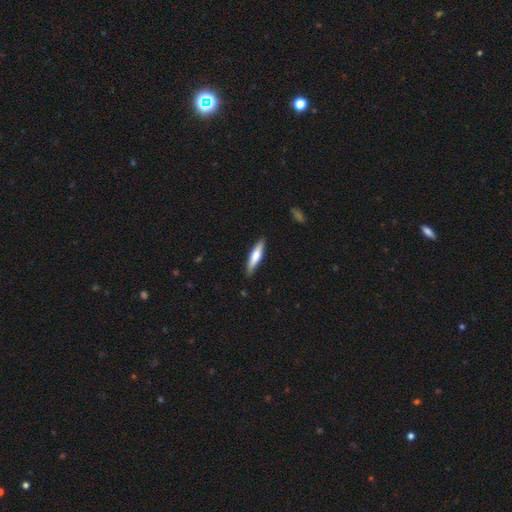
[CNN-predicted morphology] Q: Smooth or featured?
A: smooth (59%); runner-up: featured or disk (36%)
Q: How rounded?
A: cigar-shaped (80%); runner-up: in between (19%)
Q: Merging?
A: none (88%); runner-up: minor disturbance (9%)